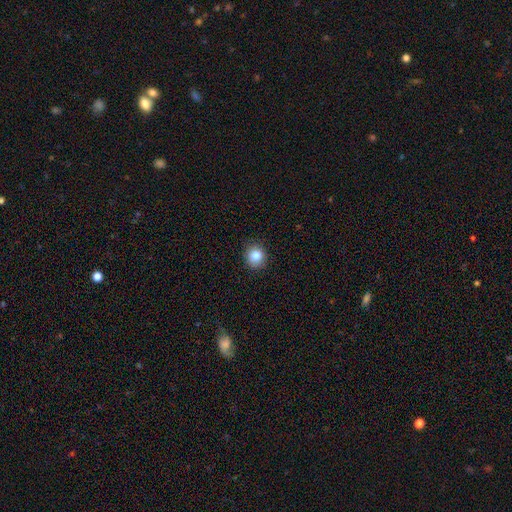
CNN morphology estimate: Smooth or featured? smooth (85%)
How rounded? round (84%)
Merging? none (90%)